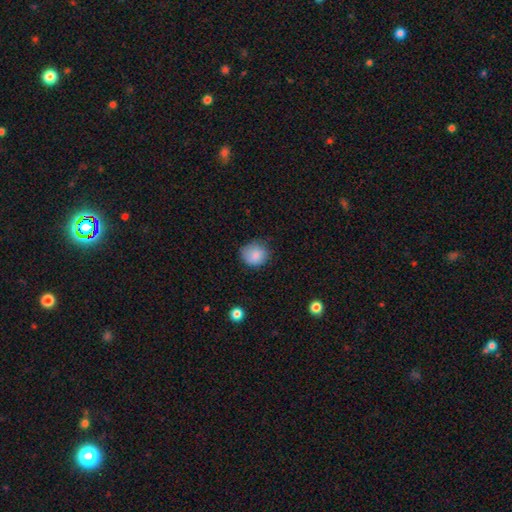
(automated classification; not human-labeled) Morphology: type=smooth (85%); roundness=round (82%); merging=none (75%).